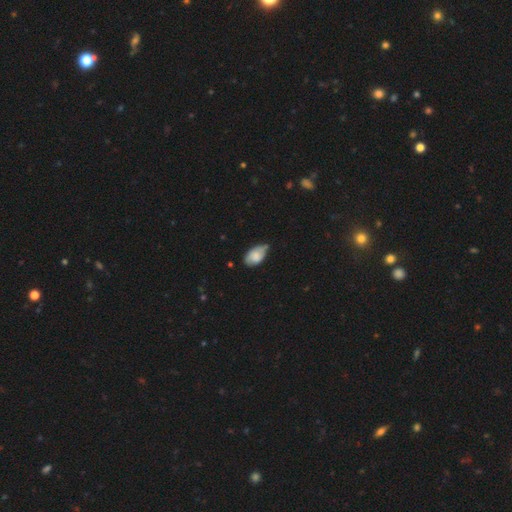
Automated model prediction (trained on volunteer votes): Smooth or featured: smooth — 69% (featured or disk — 23%)
How rounded: in between — 93% (round — 5%)
Merging: none — 48% (minor disturbance — 41%)